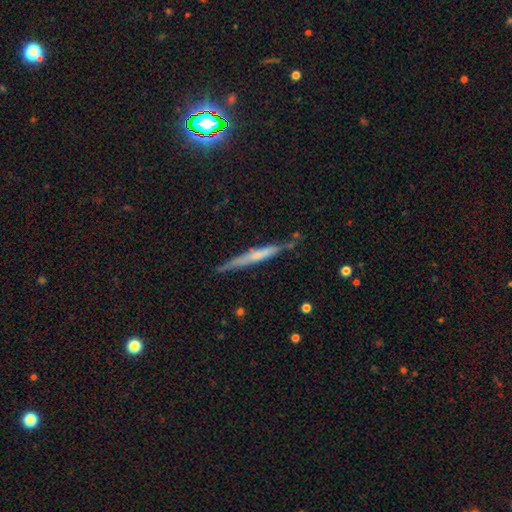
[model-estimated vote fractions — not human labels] Morphology: type=featured or disk (53%); edge-on=yes (94%); edge-on bulge=none (58%); merging=none (78%).